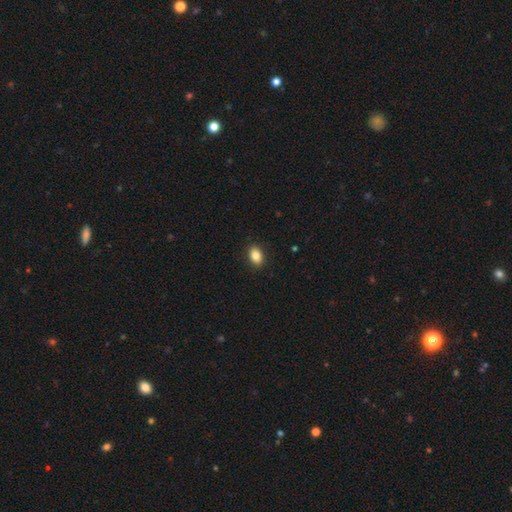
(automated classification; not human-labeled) Q: Smooth or featured?
A: smooth (84%); runner-up: star or artifact (9%)
Q: How rounded?
A: in between (82%); runner-up: round (17%)
Q: Merging?
A: none (90%); runner-up: minor disturbance (7%)